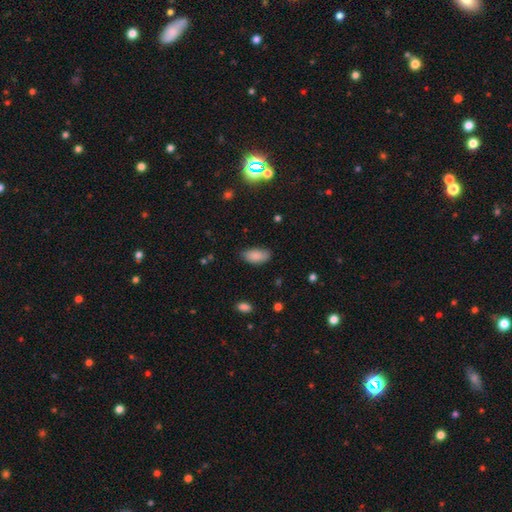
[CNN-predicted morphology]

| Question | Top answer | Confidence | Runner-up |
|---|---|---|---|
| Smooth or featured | smooth | 86% | star or artifact (7%) |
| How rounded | in between | 93% | cigar-shaped (5%) |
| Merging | none | 77% | minor disturbance (18%) |